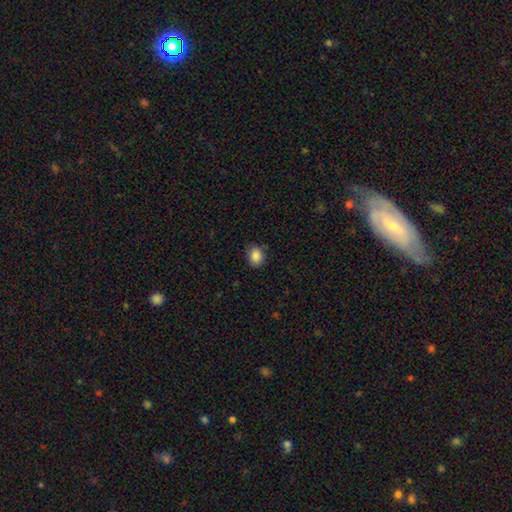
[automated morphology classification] type=smooth (87%); roundness=in between (52%); merging=none (81%).